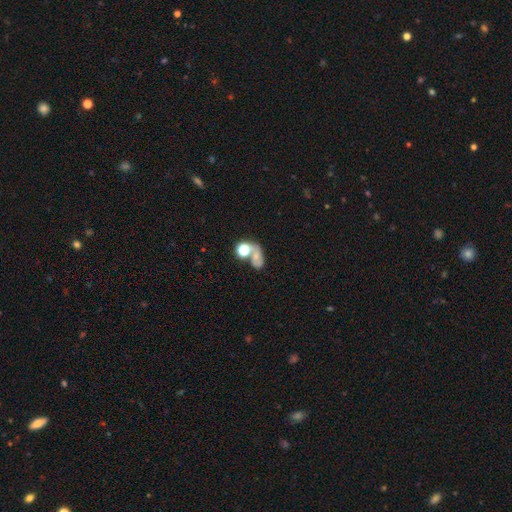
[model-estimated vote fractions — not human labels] Smooth or featured? Predicted: smooth (p=0.49). Merging? Predicted: merger (p=0.40).